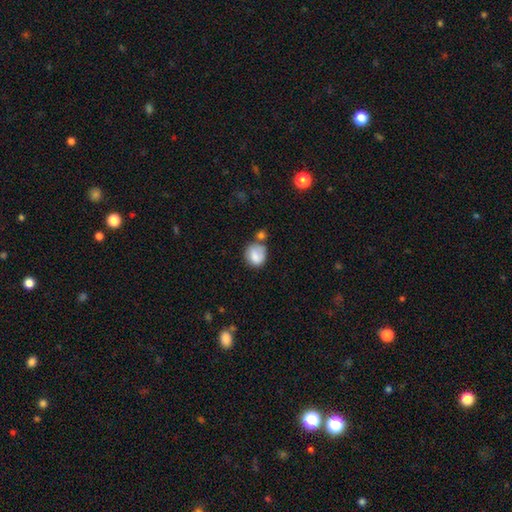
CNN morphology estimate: The model was most divided on "merging": none: 50%, minor disturbance: 22%, merger: 20%, major disturbance: 8%. More confident: smooth or featured — smooth (80%); how rounded — round (73%).